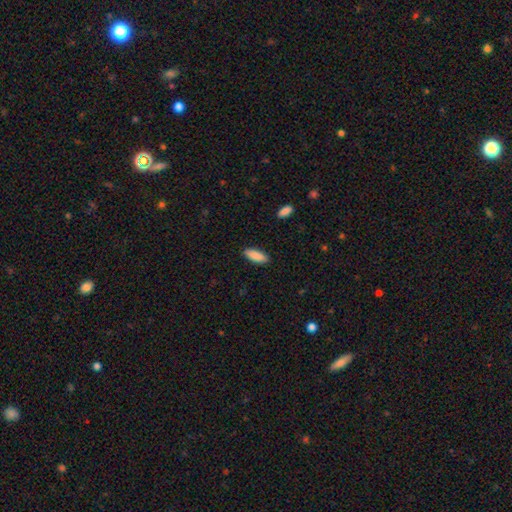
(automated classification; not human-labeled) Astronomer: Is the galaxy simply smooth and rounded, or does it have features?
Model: smooth — 89%.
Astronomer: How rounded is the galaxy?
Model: in between — 67%.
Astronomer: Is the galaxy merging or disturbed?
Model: none — 89%.